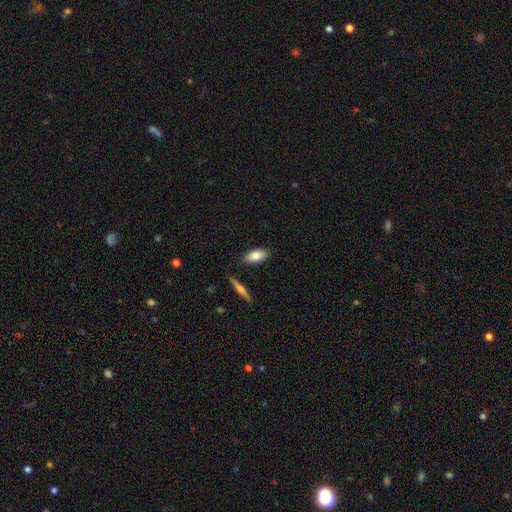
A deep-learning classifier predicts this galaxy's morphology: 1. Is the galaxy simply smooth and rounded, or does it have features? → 79% smooth, 15% featured or disk, 6% star or artifact.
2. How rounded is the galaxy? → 83% in between, 14% cigar-shaped, 2% round.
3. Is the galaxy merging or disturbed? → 85% none, 10% minor disturbance, 3% merger, 2% major disturbance.